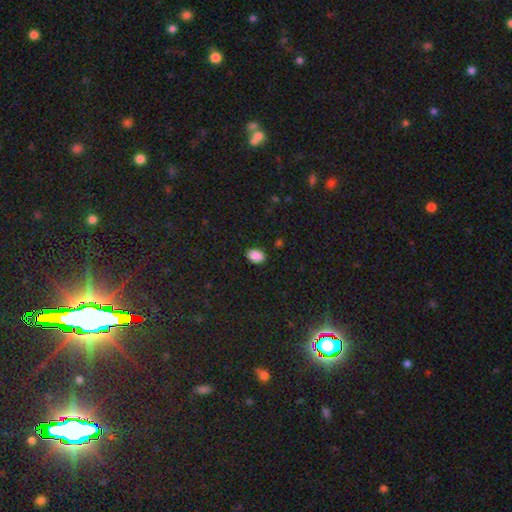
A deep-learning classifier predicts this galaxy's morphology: This is clearly a smooth galaxy (89%). How rounded: clearly in between (83%). Merging: clearly none (88%).